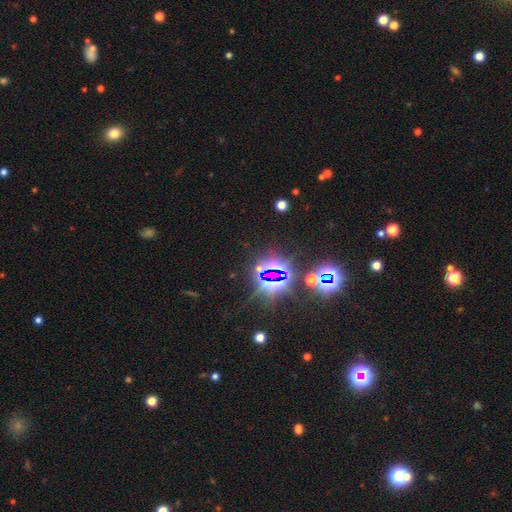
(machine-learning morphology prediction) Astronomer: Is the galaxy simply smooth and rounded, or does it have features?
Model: star or artifact — 81%.